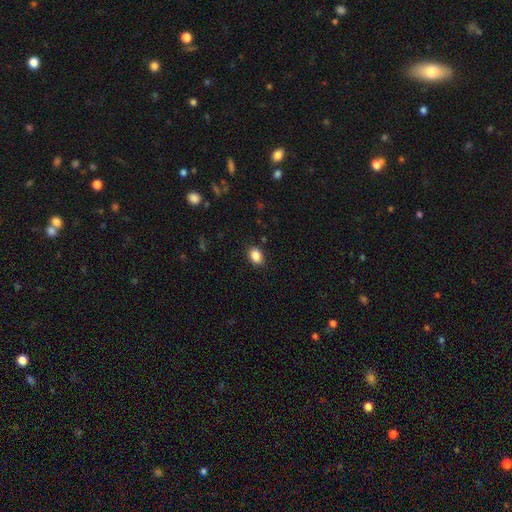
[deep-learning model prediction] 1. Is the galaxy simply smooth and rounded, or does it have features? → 87% smooth, 9% star or artifact, 4% featured or disk.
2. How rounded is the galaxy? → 68% in between, 31% round, 1% cigar-shaped.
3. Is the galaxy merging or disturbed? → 87% none, 9% minor disturbance, 2% major disturbance, 1% merger.